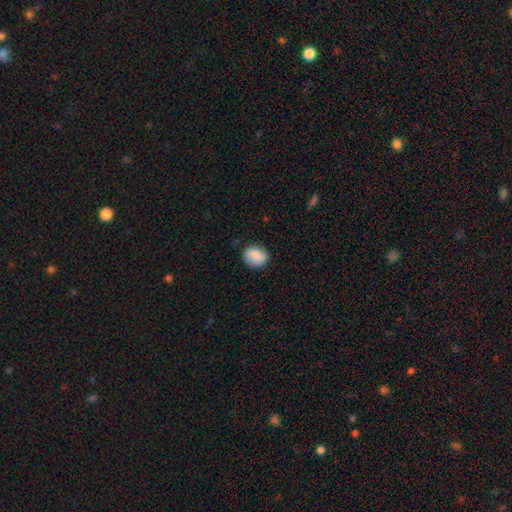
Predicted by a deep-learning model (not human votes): smooth-or-featured: smooth: 81% | featured or disk: 11% | star or artifact: 8%
  how-rounded: round: 62% | in between: 37% | cigar-shaped: 1%
  merging: none: 81% | minor disturbance: 14% | major disturbance: 3% | merger: 1%